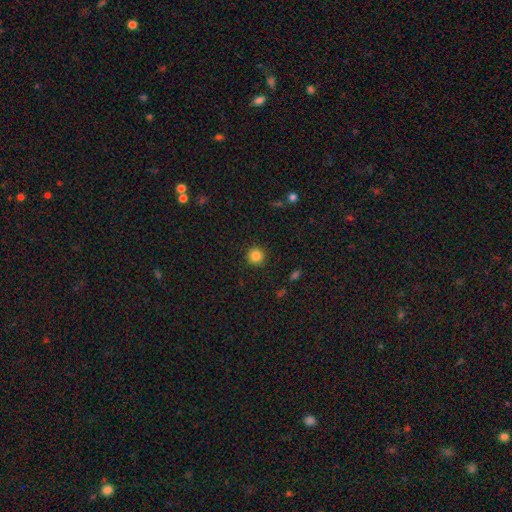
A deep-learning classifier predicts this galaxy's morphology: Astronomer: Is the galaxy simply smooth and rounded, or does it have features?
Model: smooth — 84%.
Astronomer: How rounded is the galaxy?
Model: round — 95%.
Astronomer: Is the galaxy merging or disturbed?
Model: none — 91%.